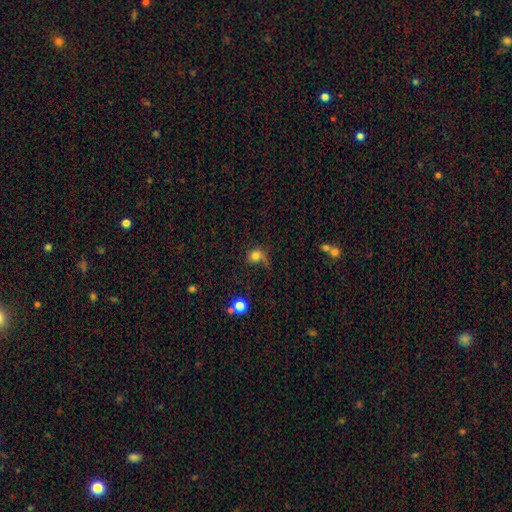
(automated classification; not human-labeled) Smooth or featured? smooth (72%)
How rounded? round (73%)
Merging? none (40%)